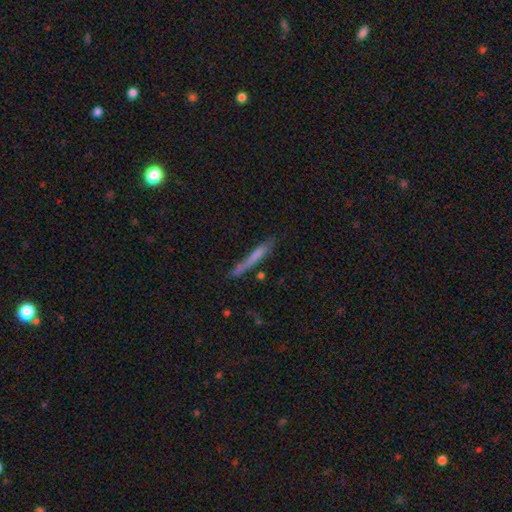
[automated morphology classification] Overall: smooth (66%; featured or disk 27%). How rounded: cigar-shaped (95%). Merging: none (69%).